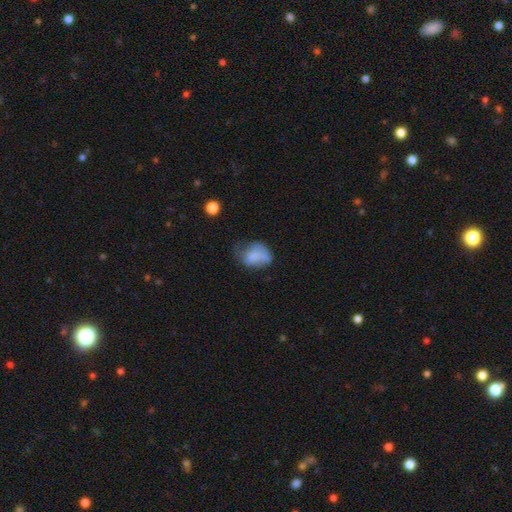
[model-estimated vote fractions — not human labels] Morphology: type=smooth (70%); roundness=in between (66%); merging=minor disturbance (37%).